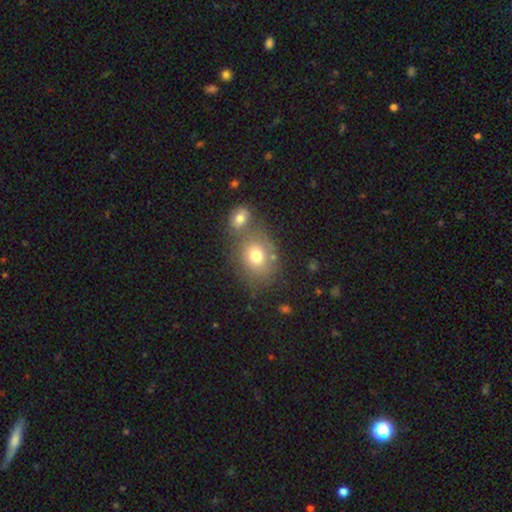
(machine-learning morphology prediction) This is likely a smooth galaxy (74%). How rounded: possibly round (58%). Merging: possibly none (52%).